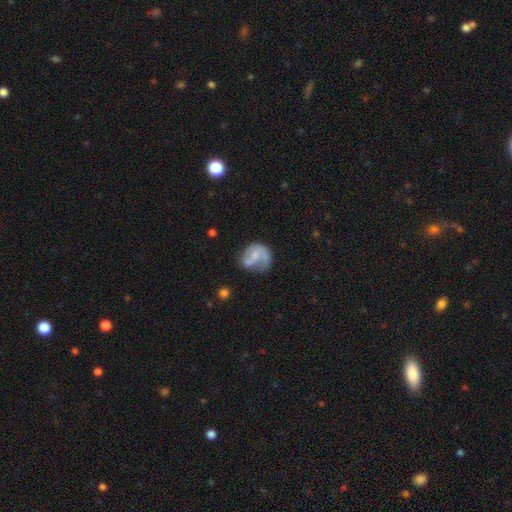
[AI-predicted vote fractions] Smooth or featured? Predicted: featured or disk (p=0.59). Edge-on disk? Predicted: no (p=0.98). Bar? Predicted: no (p=0.60). Spiral arms? Predicted: yes (p=0.79). Bulge size? Predicted: small (p=0.46). Merging? Predicted: none (p=0.42).